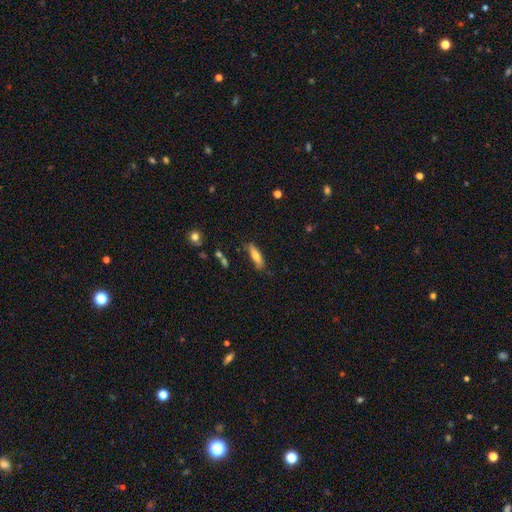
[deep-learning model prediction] Smooth or featured? smooth (70%)
How rounded? cigar-shaped (56%)
Merging? none (76%)